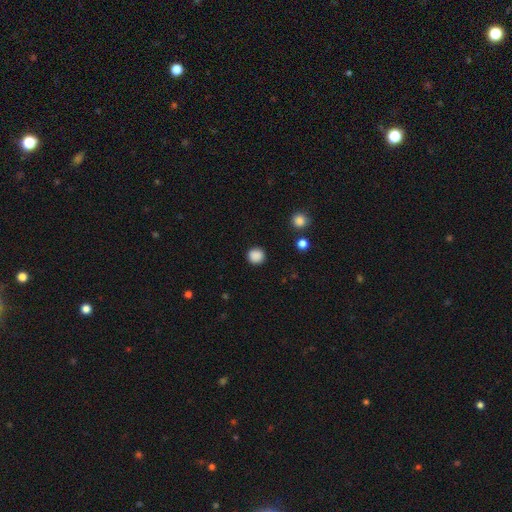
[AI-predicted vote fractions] Smooth or featured? Predicted: smooth (p=0.87). How rounded? Predicted: round (p=0.92). Merging? Predicted: none (p=0.90).